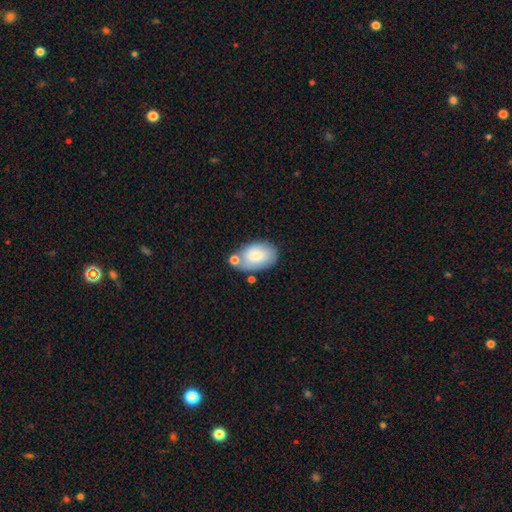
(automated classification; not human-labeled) A smooth galaxy with no disk features (77%) that is in between round and cigar-shaped (92%).

Vote fractions:
- Smooth or featured? smooth: 77% / featured or disk: 16% / star or artifact: 6%
- How rounded? in between: 92% / round: 7% / cigar-shaped: 1%
- Merging? none: 56% / minor disturbance: 22% / merger: 16% / major disturbance: 6%